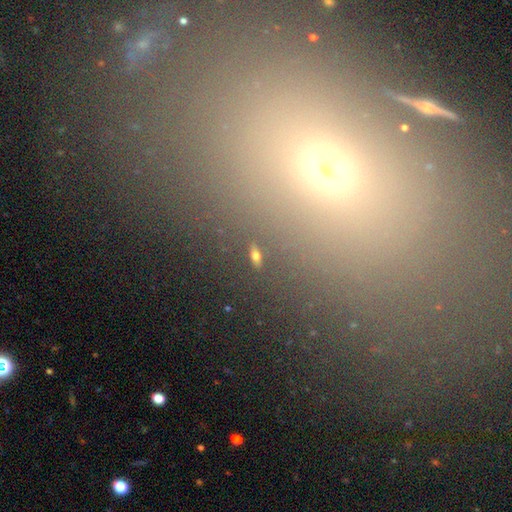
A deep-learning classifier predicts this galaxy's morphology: type=smooth (56%); roundness=in between (65%); merging=none (85%).